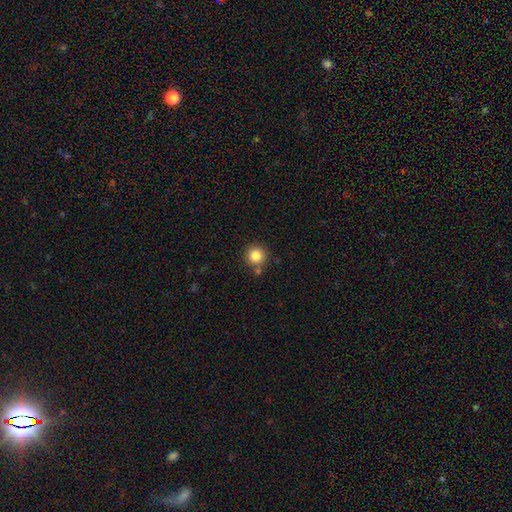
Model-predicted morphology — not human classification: smooth-or-featured: smooth: 83% | star or artifact: 11% | featured or disk: 6%
  how-rounded: round: 95% | in between: 4% | cigar-shaped: 1%
  merging: none: 80% | merger: 9% | minor disturbance: 8% | major disturbance: 3%